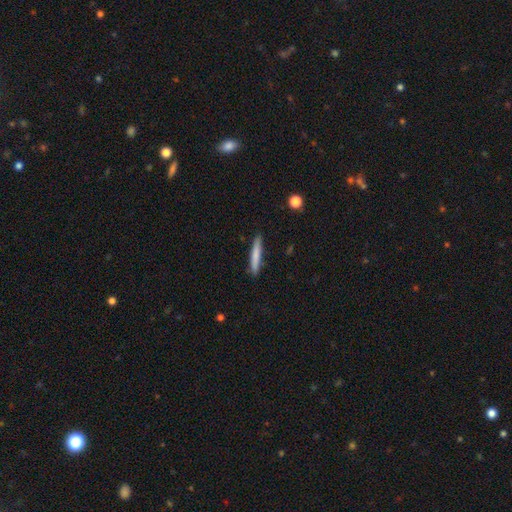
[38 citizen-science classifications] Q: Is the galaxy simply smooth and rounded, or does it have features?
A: smooth — 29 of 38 (76%).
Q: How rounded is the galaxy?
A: cigar-shaped — 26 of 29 (90%).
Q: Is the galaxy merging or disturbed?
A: none — 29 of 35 (83%).